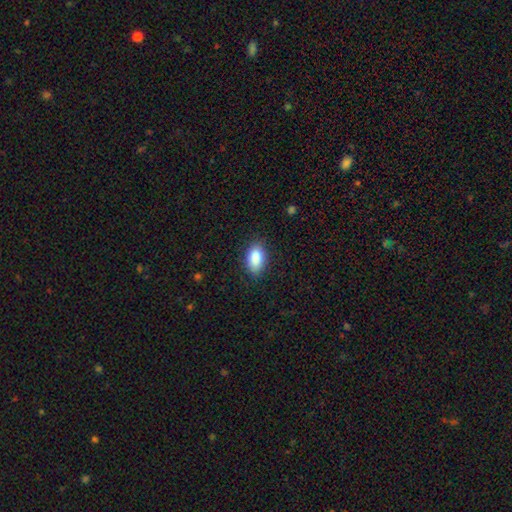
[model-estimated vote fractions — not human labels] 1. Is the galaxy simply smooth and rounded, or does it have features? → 87% smooth, 7% star or artifact, 6% featured or disk.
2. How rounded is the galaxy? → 91% in between, 5% round, 3% cigar-shaped.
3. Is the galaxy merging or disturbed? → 83% none, 13% minor disturbance, 3% major disturbance, 1% merger.